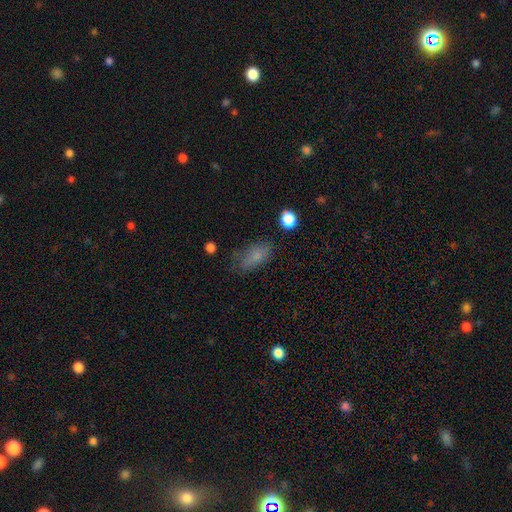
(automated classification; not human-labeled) A smooth galaxy with no disk features (74%) that is in between round and cigar-shaped (84%).

Vote fractions:
- Smooth or featured? smooth: 74% / featured or disk: 14% / star or artifact: 12%
- How rounded? in between: 84% / cigar-shaped: 10% / round: 6%
- Merging? none: 61% / minor disturbance: 26% / major disturbance: 11% / merger: 2%